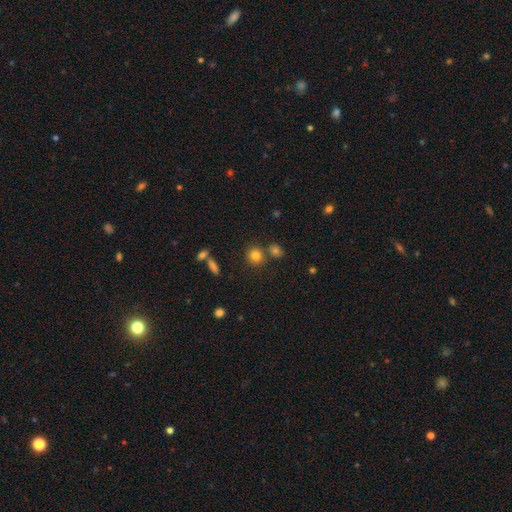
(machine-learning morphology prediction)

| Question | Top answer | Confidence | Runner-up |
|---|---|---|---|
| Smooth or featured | smooth | 79% | star or artifact (13%) |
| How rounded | round | 85% | in between (13%) |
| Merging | none | 72% | merger (16%) |